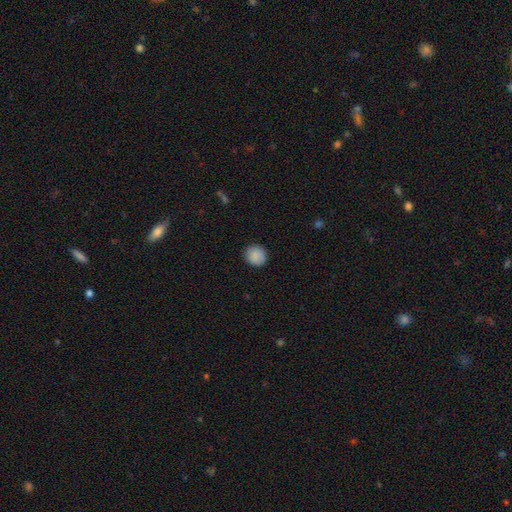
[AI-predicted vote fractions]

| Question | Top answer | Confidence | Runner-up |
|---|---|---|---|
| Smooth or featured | smooth | 88% | star or artifact (8%) |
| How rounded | round | 90% | in between (9%) |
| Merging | none | 89% | minor disturbance (8%) |